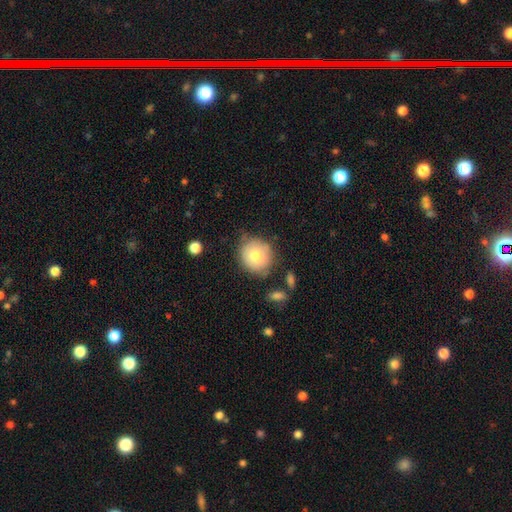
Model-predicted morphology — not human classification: Smooth or featured? Predicted: smooth (p=0.77). How rounded? Predicted: round (p=0.84). Merging? Predicted: none (p=0.73).